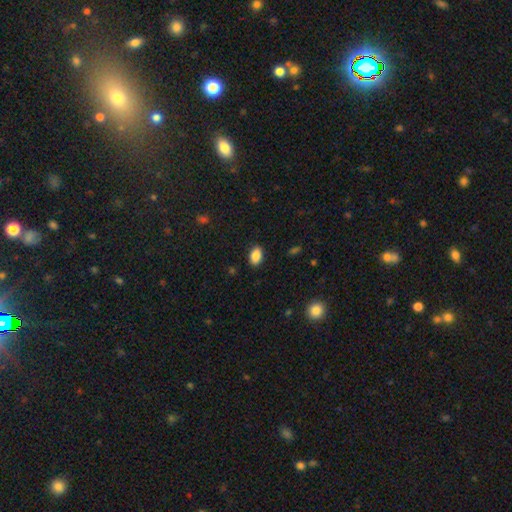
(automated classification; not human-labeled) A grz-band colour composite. It shows a smooth galaxy with no disk features (88%) that is in between round and cigar-shaped (88%). Merging: none (88%).